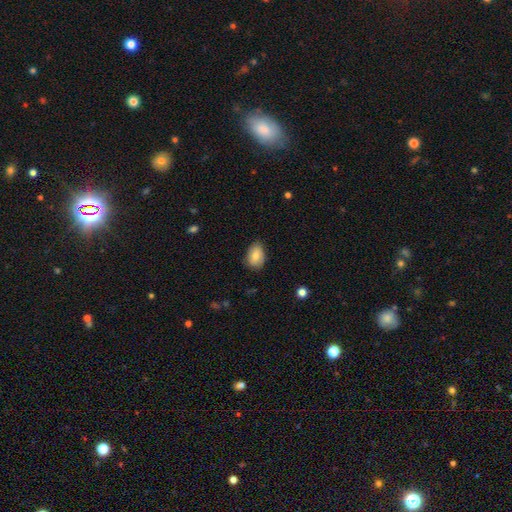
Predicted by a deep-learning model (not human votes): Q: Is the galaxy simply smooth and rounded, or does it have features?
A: smooth — 79%.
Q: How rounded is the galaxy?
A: in between — 83%.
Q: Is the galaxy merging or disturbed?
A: none — 74%.